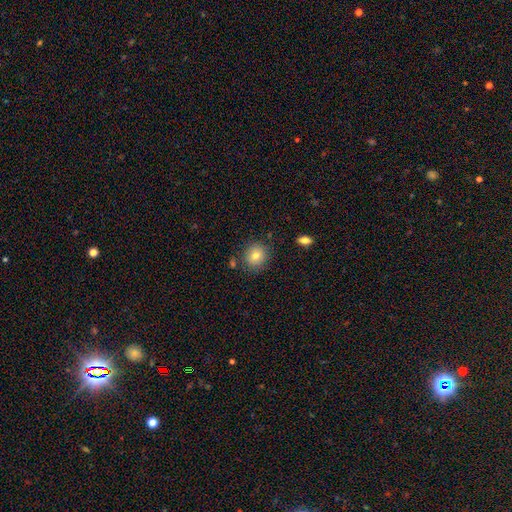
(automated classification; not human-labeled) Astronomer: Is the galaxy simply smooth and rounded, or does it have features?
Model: smooth — 78%.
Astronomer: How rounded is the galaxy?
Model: round — 85%.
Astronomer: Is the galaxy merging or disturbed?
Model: none — 82%.